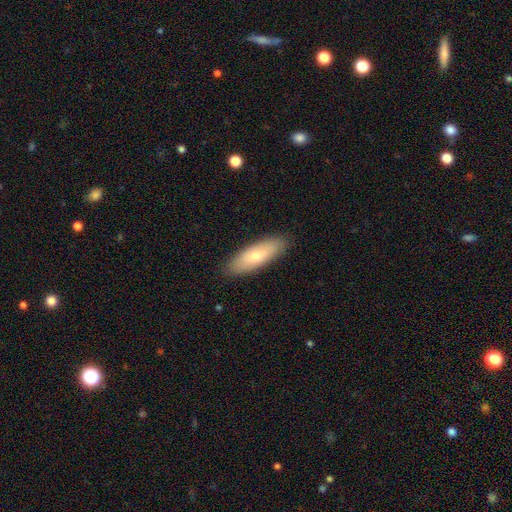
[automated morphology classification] type=smooth (68%); roundness=in between (54%); merging=none (88%).